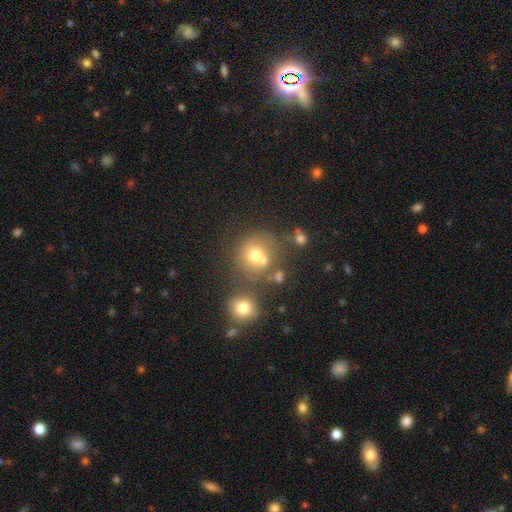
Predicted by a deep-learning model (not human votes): Smooth or featured?
  - smooth: 69% *
  - star or artifact: 17%
  - featured or disk: 15%
How rounded?
  - round: 84% *
  - in between: 15%
  - cigar-shaped: 1%
Merging?
  - none: 51% *
  - merger: 31%
  - minor disturbance: 11%
  - major disturbance: 7%